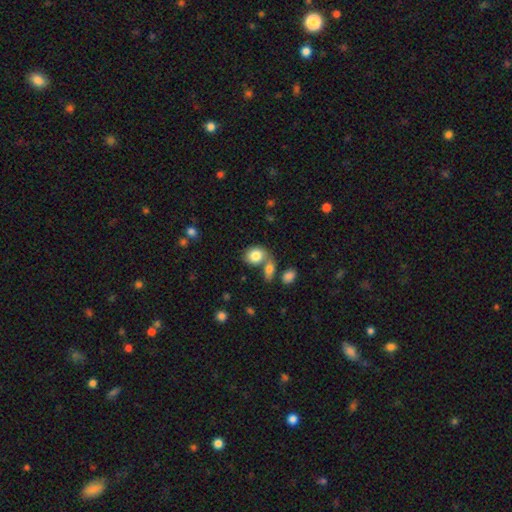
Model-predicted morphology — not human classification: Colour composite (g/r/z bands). It shows a smooth galaxy with no disk features (82%) that is in between round and cigar-shaped (51%). Merging: none (44%).